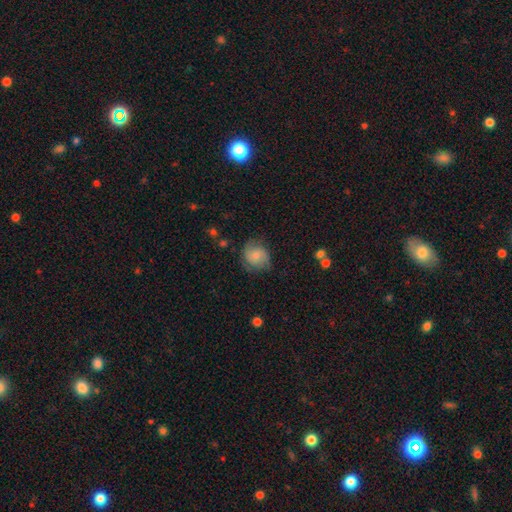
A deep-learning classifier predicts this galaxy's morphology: type=smooth (53%); roundness=round (74%); merging=none (67%).